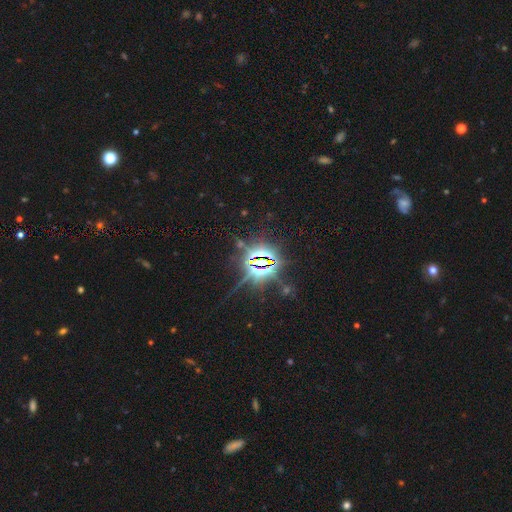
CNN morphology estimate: type=star or artifact (86%).